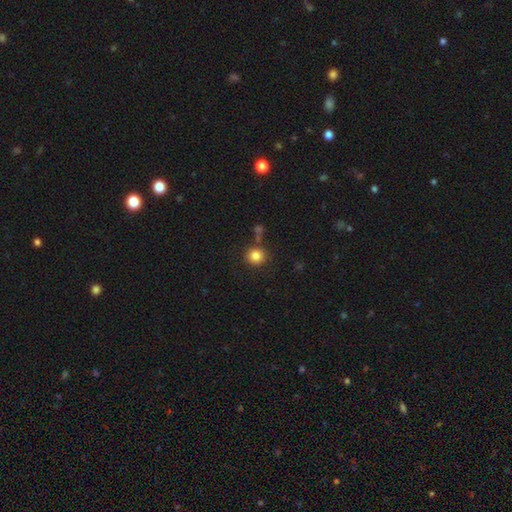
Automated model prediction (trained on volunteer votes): Smooth or featured? Predicted: smooth (p=0.84). How rounded? Predicted: round (p=0.90). Merging? Predicted: none (p=0.78).